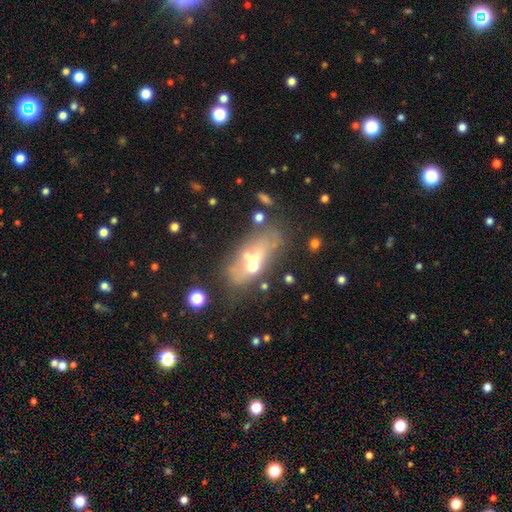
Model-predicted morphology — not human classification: Smooth or featured?
  - featured or disk: 45% *
  - smooth: 40%
  - star or artifact: 15%
Merging?
  - merger: 39% *
  - none: 31%
  - major disturbance: 17%
  - minor disturbance: 14%